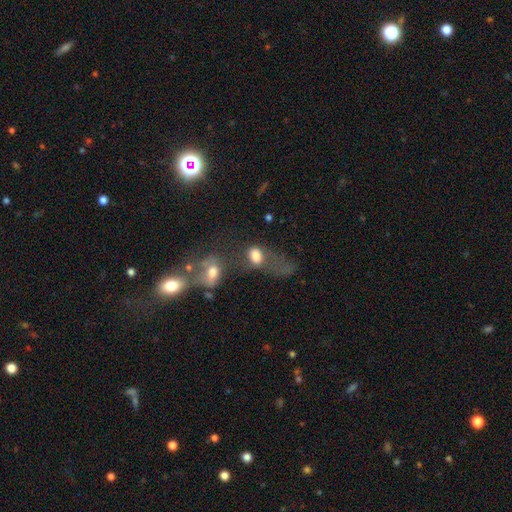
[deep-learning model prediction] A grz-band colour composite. It shows a smooth galaxy with no disk features (71%) that is in between round and cigar-shaped (78%). Merging: major disturbance (35%, tied with merger).